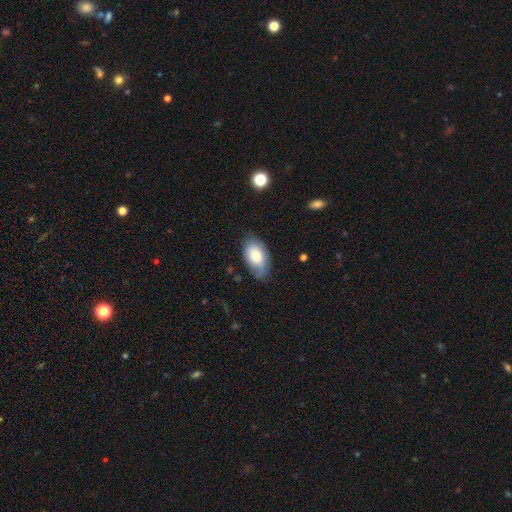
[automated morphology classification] Smooth or featured?
  - smooth: 78% *
  - featured or disk: 16%
  - star or artifact: 7%
How rounded?
  - in between: 94% *
  - round: 5%
  - cigar-shaped: 2%
Merging?
  - none: 68% *
  - minor disturbance: 25%
  - major disturbance: 6%
  - merger: 2%